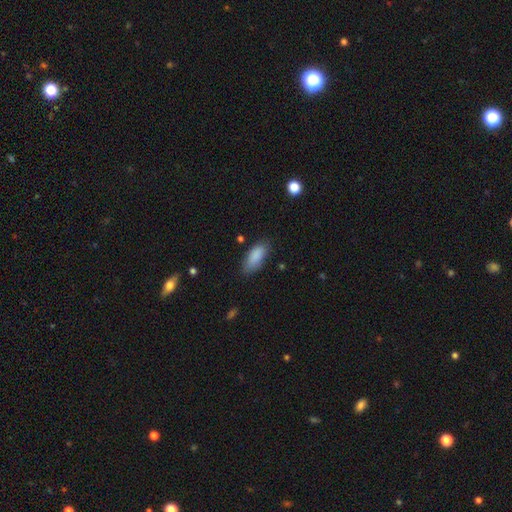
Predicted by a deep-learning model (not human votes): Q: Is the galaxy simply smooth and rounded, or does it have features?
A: smooth — 88%.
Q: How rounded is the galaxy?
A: in between — 85%.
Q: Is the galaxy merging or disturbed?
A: none — 78%.